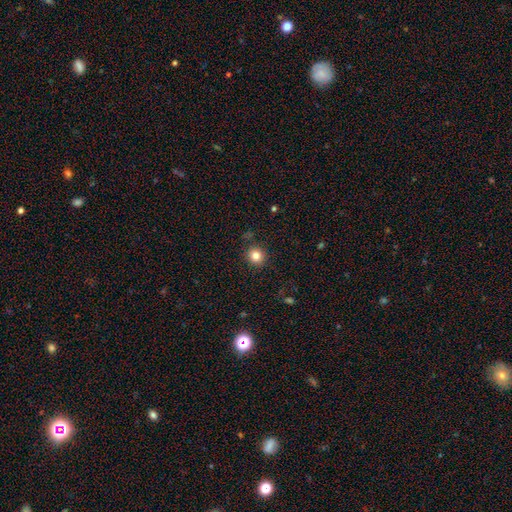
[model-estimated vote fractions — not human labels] Smooth or featured? Predicted: smooth (p=0.82). How rounded? Predicted: round (p=0.92). Merging? Predicted: none (p=0.89).